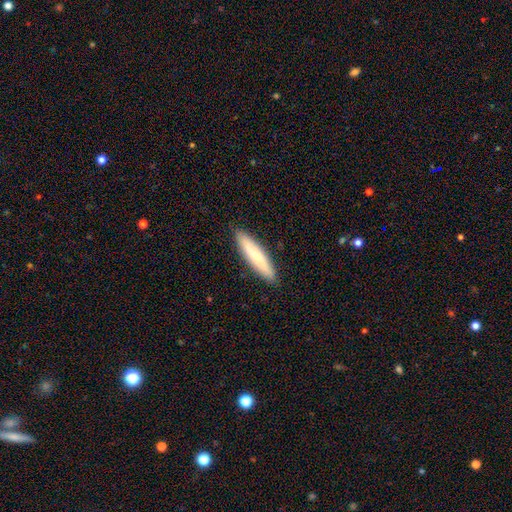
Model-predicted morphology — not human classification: smooth_or_featured: smooth (p=0.74) [alt: featured or disk p=0.20]
how_rounded: cigar-shaped (p=0.85) [alt: in between p=0.14]
merging: none (p=0.90) [alt: minor disturbance p=0.07]